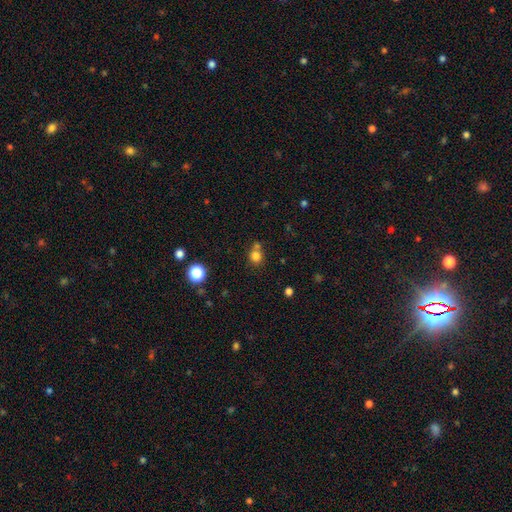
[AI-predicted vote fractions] The model was most divided on "merging": none: 58%, merger: 27%, minor disturbance: 11%, major disturbance: 4%. More confident: how rounded — round (82%); smooth or featured — smooth (78%).